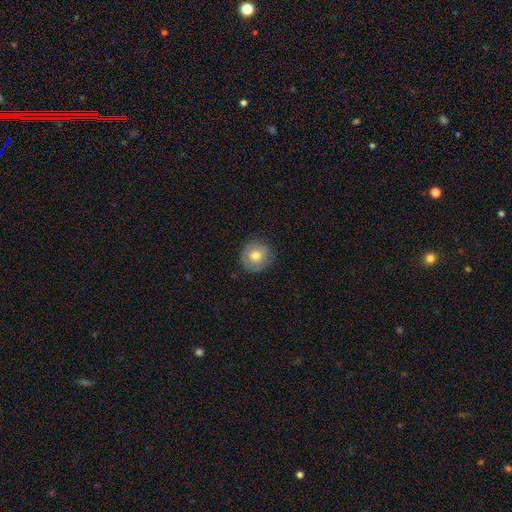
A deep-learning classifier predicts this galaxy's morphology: smooth-or-featured: smooth: 73% | featured or disk: 19% | star or artifact: 8%
  how-rounded: round: 92% | in between: 7% | cigar-shaped: 1%
  merging: none: 85% | minor disturbance: 12% | major disturbance: 3% | merger: 1%